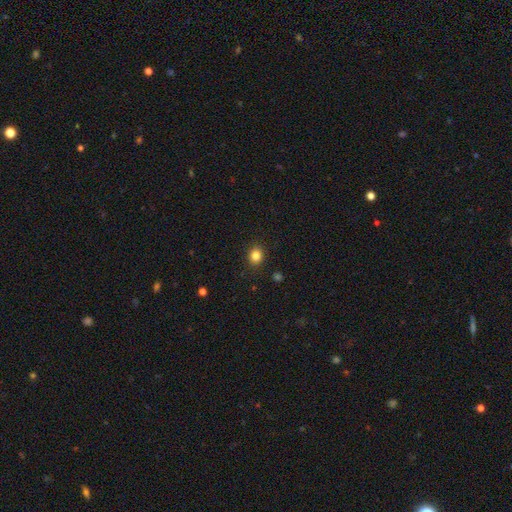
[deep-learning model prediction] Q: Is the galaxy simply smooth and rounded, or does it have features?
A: smooth — 83%.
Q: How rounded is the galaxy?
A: round — 66%.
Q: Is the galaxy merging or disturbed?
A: none — 90%.